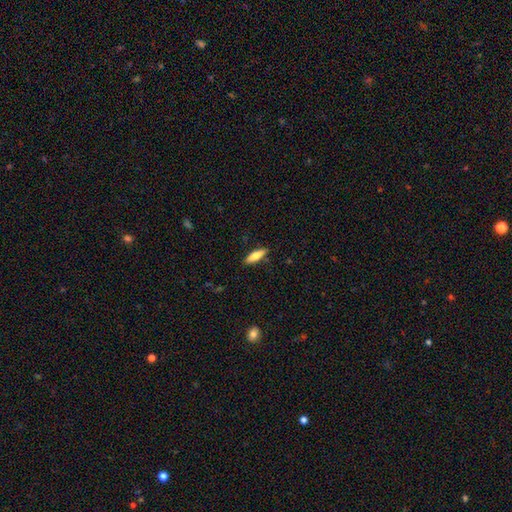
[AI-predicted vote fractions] smooth 74%, featured or disk 20%, star or artifact 6%. Down the decision tree: how rounded — cigar-shaped (52%); merging — none (87%).